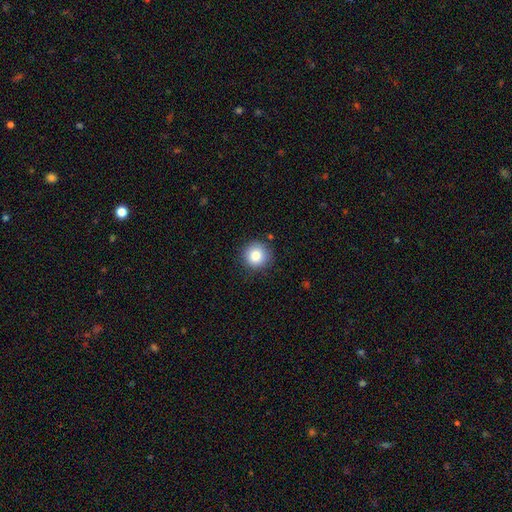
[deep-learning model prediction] Overall: smooth (84%). How rounded: round (94%). Merging: none (86%).